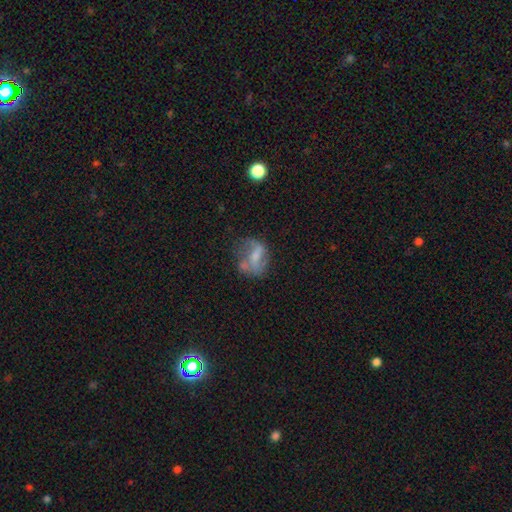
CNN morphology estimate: Smooth or featured: featured or disk — 51% (smooth — 38%)
Edge-on disk: no — 96% (yes — 4%)
Merging: none — 39% (major disturbance — 27%)